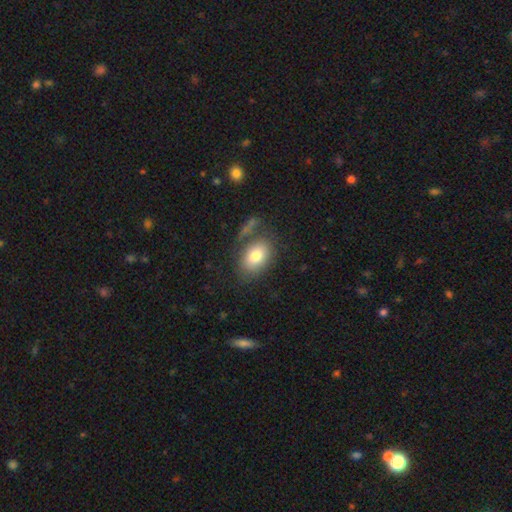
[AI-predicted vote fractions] smooth-or-featured: smooth: 79% | featured or disk: 13% | star or artifact: 7%
  how-rounded: in between: 84% | round: 14% | cigar-shaped: 1%
  merging: none: 65% | minor disturbance: 16% | merger: 10% | major disturbance: 9%